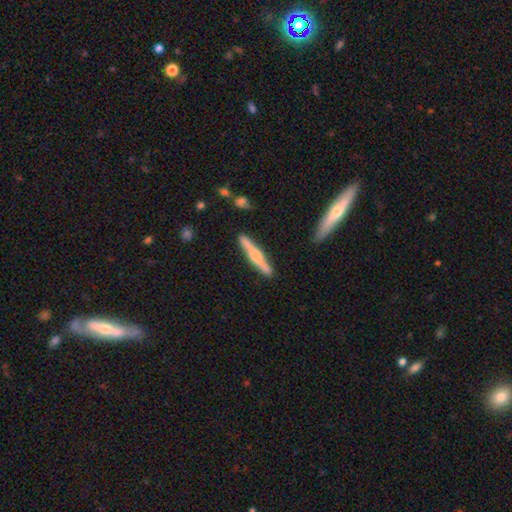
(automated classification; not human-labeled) smooth_or_featured: featured or disk (p=0.63) [alt: smooth p=0.32]
disk_edge_on: yes (p=0.97) [alt: no p=0.03]
edge_on_bulge: rounded (p=0.83) [alt: boxy p=0.10]
merging: none (p=0.88) [alt: minor disturbance p=0.08]